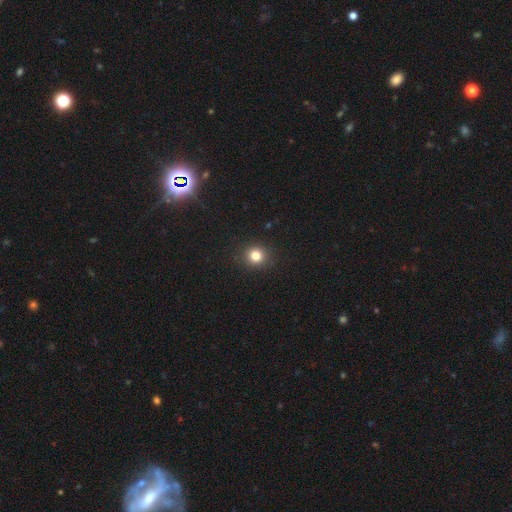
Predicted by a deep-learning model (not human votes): Smooth or featured? Predicted: smooth (p=0.81). How rounded? Predicted: round (p=0.89). Merging? Predicted: none (p=0.91).